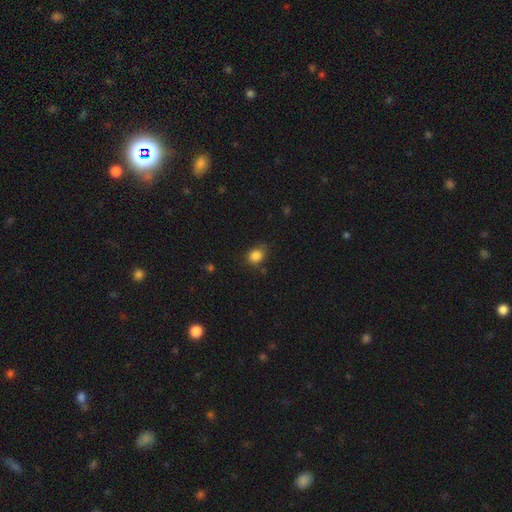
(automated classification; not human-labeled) A smooth galaxy with no disk features (85%) that is round (63%). Merging: none (75%).